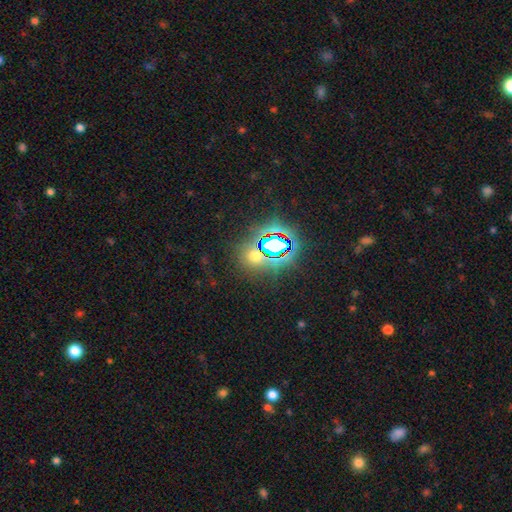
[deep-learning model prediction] A star or artifact, not a galaxy (59%).